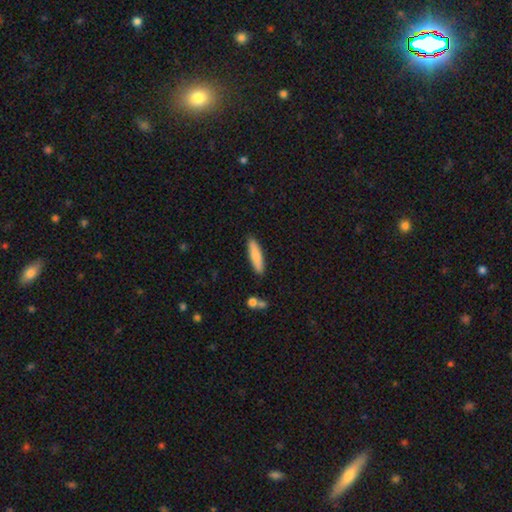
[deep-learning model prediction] A smooth galaxy with no disk features (79%) that is cigar-shaped (77%). Merging: none (88%).